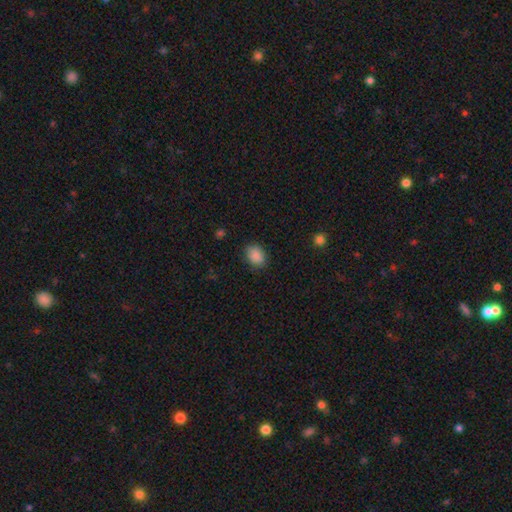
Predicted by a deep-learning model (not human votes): Q: Smooth or featured?
A: smooth (88%); runner-up: star or artifact (9%)
Q: How rounded?
A: in between (66%); runner-up: round (32%)
Q: Merging?
A: none (83%); runner-up: minor disturbance (13%)